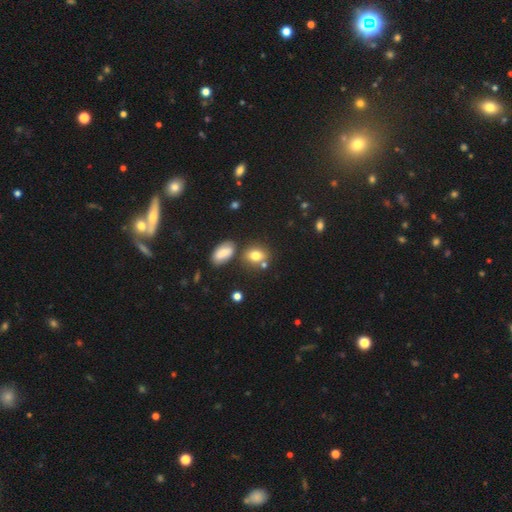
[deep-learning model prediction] Morphology: type=smooth (77%); roundness=in between (62%); merging=none (64%).